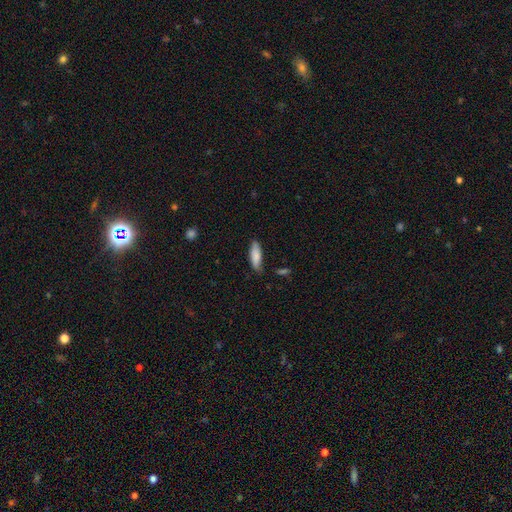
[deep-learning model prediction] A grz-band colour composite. It shows a smooth galaxy with no disk features (84%) that is in between round and cigar-shaped (54%). Merging: none (74%).